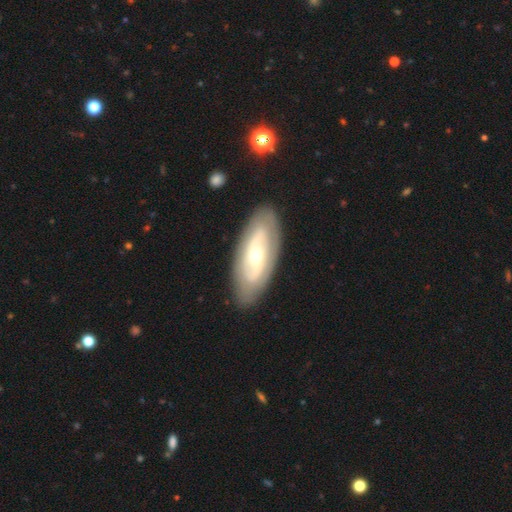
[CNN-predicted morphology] Smooth or featured? featured or disk (68%)
Edge-on disk? no (89%)
Bar? no (65%)
Spiral arms? yes (51%)
Bulge size? moderate (50%)
Merging? none (84%)